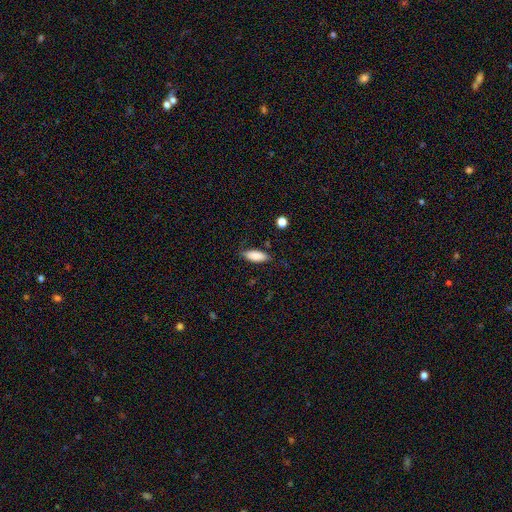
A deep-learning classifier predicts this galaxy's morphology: Smooth or featured? smooth (85%)
How rounded? in between (80%)
Merging? none (76%)